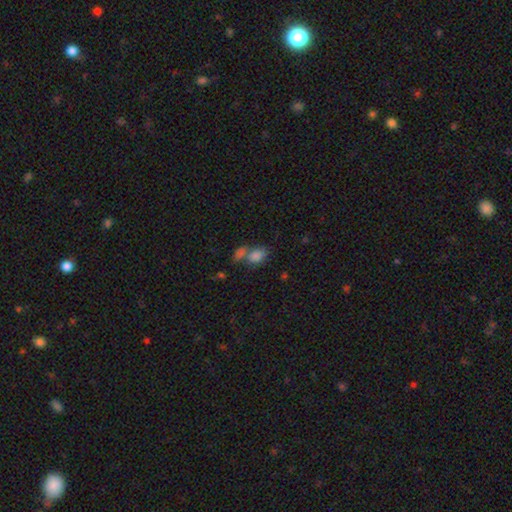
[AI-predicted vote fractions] smooth_or_featured: smooth (p=0.81) [alt: star or artifact p=0.11]
how_rounded: in between (p=0.83) [alt: round p=0.15]
merging: merger (p=0.53) [alt: none p=0.31]